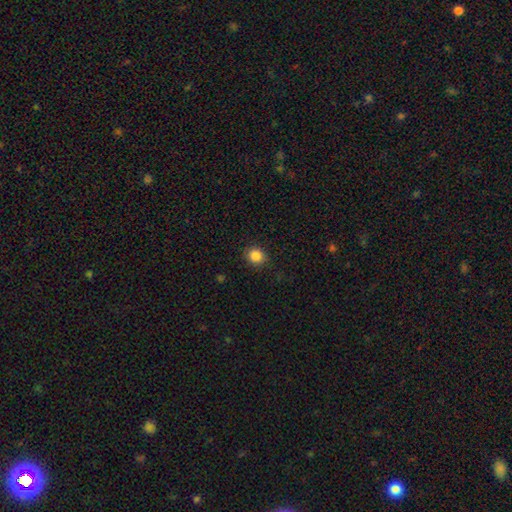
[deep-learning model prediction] Overall: smooth (86%). How rounded: round (80%). Merging: none (87%).